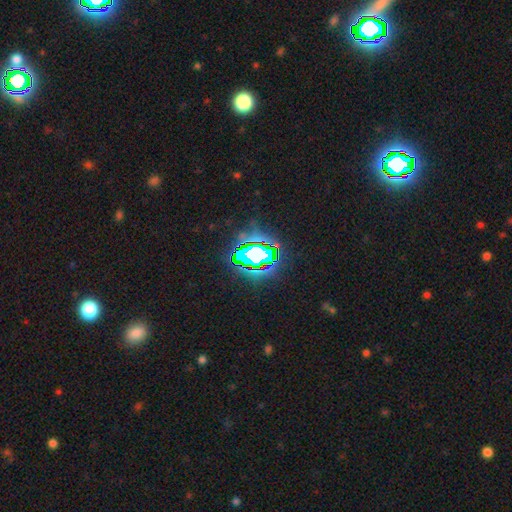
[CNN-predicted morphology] type=star or artifact (68%).